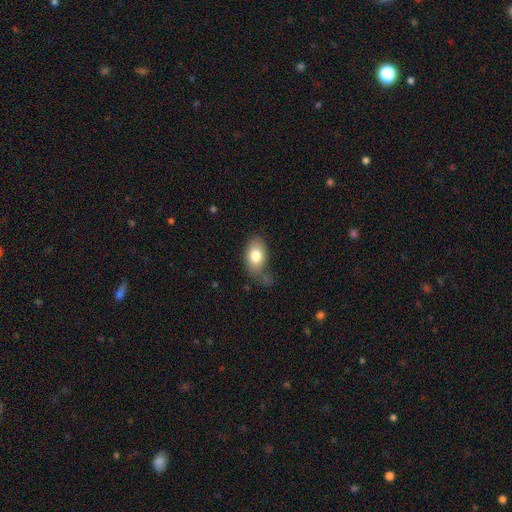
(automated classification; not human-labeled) Overall: smooth (79%). How rounded: in between (86%). Merging: none (50%; minor disturbance 29%).